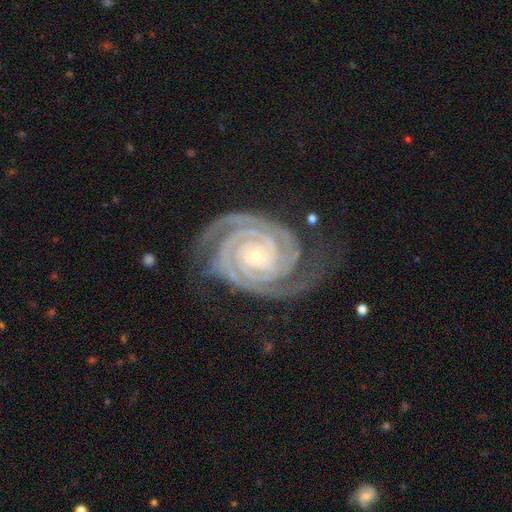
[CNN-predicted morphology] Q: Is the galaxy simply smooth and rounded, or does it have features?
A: featured or disk — 93%.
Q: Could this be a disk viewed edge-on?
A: no — 98%.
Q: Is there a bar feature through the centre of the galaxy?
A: no — 74%.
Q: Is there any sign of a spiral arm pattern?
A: yes — 99%.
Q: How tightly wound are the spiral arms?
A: tight — 87%.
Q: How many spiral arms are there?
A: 2 — 64%.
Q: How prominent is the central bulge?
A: small — 80%.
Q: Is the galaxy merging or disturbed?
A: none — 76%.